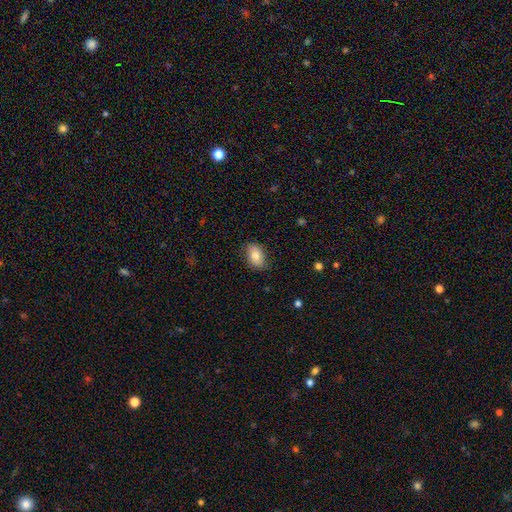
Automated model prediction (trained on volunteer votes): smooth-or-featured: smooth: 77% | featured or disk: 15% | star or artifact: 8%
  how-rounded: in between: 87% | round: 11% | cigar-shaped: 1%
  merging: none: 81% | minor disturbance: 15% | major disturbance: 3% | merger: 1%